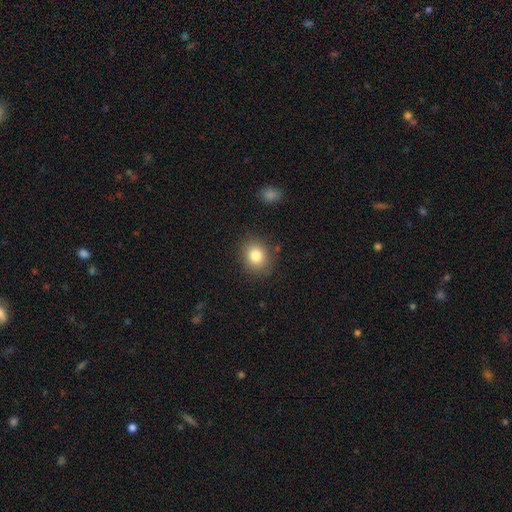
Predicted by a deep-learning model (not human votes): A smooth galaxy with no disk features (82%) that is round (66%).

Vote fractions:
- Smooth or featured? smooth: 82% / star or artifact: 10% / featured or disk: 8%
- How rounded? round: 66% / in between: 34% / cigar-shaped: 1%
- Merging? none: 85% / minor disturbance: 10% / major disturbance: 3% / merger: 2%